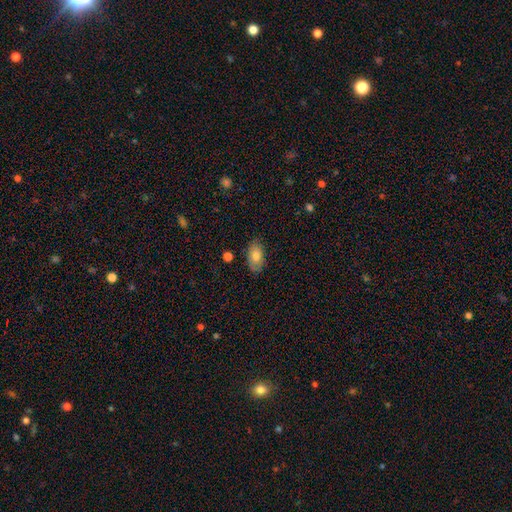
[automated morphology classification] Smooth or featured?
  - smooth: 78% *
  - featured or disk: 15%
  - star or artifact: 7%
How rounded?
  - in between: 93% *
  - round: 5%
  - cigar-shaped: 2%
Merging?
  - none: 80% *
  - minor disturbance: 15%
  - major disturbance: 3%
  - merger: 2%